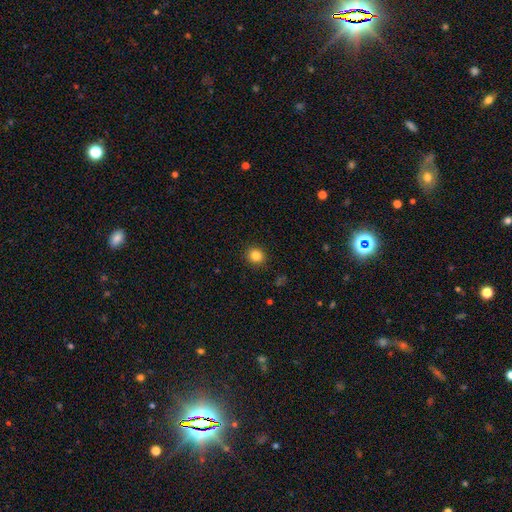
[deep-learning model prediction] smooth 85%, star or artifact 11%, featured or disk 4%. Down the decision tree: how rounded — round (84%); merging — none (91%).